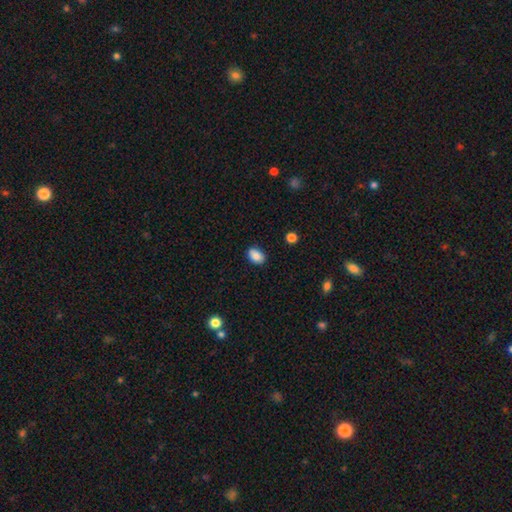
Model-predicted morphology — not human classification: This is clearly a smooth galaxy (87%). How rounded: clearly in between (81%). Merging: clearly none (82%).